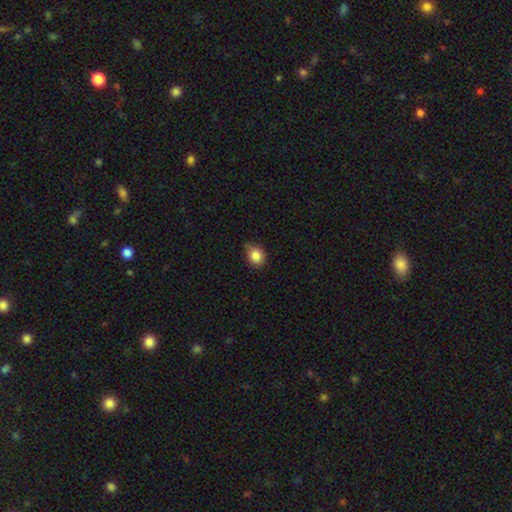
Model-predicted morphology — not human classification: This appears to be a smooth galaxy with no disk features (84%) that is round (64%). Merging: none (59%).